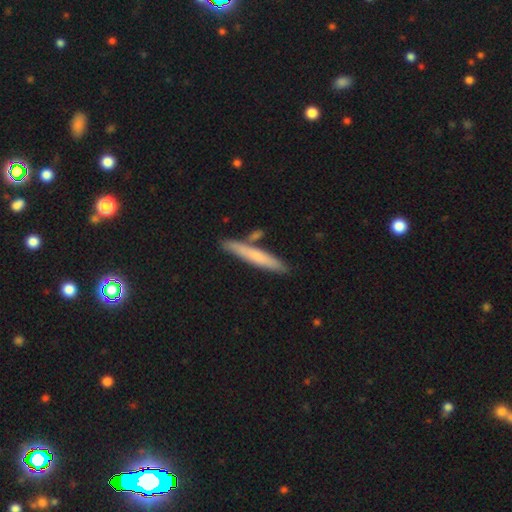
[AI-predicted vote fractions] Q: Smooth or featured?
A: smooth (66%); runner-up: featured or disk (29%)
Q: How rounded?
A: cigar-shaped (94%); runner-up: in between (4%)
Q: Merging?
A: none (80%); runner-up: minor disturbance (10%)